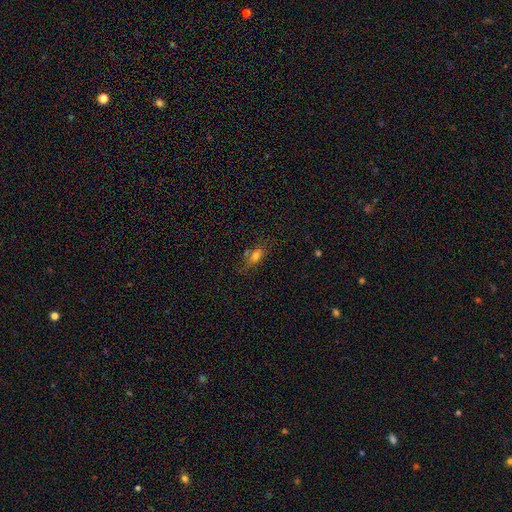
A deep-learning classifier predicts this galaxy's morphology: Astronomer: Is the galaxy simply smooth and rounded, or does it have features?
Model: smooth — 70%.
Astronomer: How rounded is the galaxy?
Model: in between — 75%.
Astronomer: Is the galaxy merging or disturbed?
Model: none — 60%.